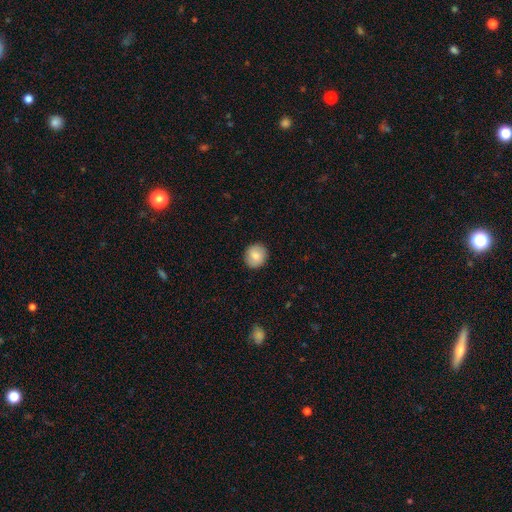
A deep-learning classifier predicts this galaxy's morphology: A smooth galaxy with no disk features (82%) that is round (88%). Merging: none (90%).